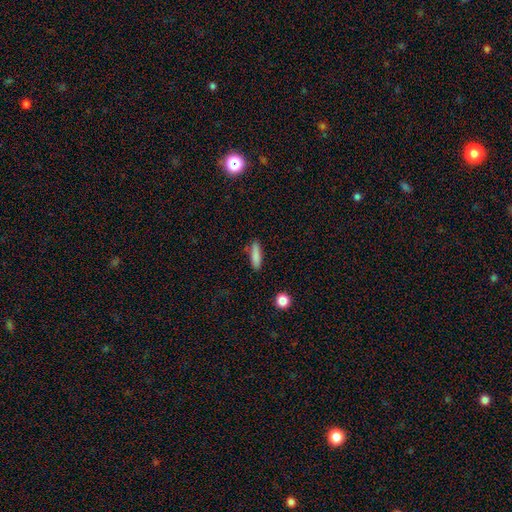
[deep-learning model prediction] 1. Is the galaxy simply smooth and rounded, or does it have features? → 85% smooth, 8% featured or disk, 7% star or artifact.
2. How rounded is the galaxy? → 67% cigar-shaped, 31% in between, 2% round.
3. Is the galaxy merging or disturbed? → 84% none, 11% minor disturbance, 2% major disturbance, 2% merger.